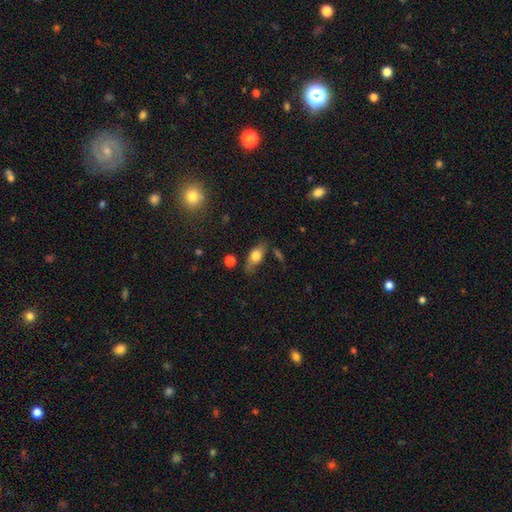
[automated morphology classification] The model was most divided on "smooth or featured": smooth: 67%, featured or disk: 25%, star or artifact: 8%. More confident: how rounded — in between (79%); merging — none (65%).